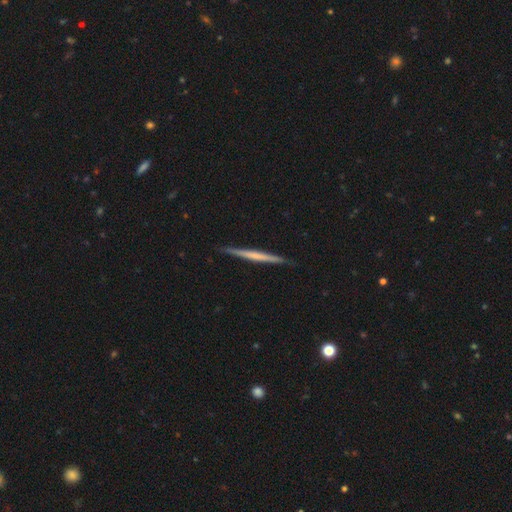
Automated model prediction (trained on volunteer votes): A featured or disk galaxy (56%) viewed edge-on (98%) with no central bulge (75%). Merging: none (91%).